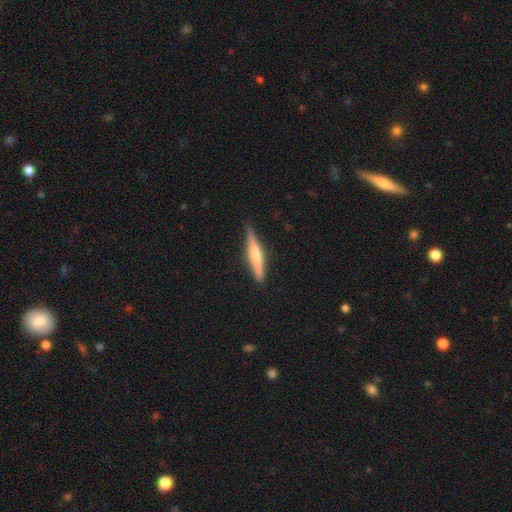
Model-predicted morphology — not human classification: Smooth or featured?
  - smooth: 49% *
  - featured or disk: 45%
  - star or artifact: 6%
Merging?
  - none: 83% *
  - minor disturbance: 13%
  - major disturbance: 2%
  - merger: 1%